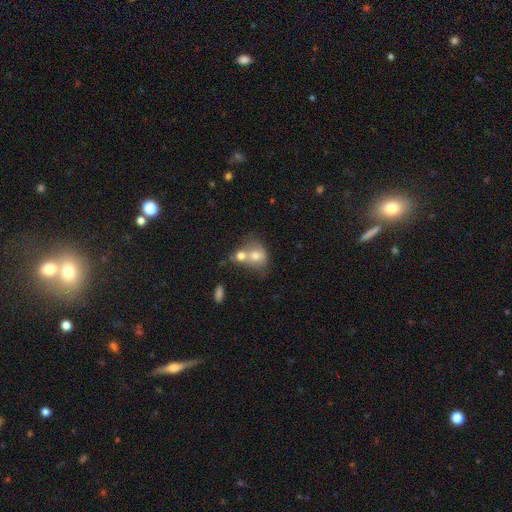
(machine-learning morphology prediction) Smooth or featured: smooth — 67% (featured or disk — 24%)
How rounded: round — 52% (in between — 47%)
Merging: merger — 67% (none — 19%)